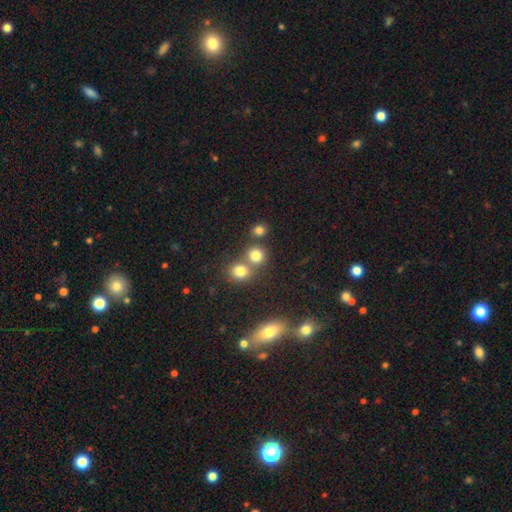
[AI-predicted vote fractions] Q: Smooth or featured?
A: smooth (77%); runner-up: star or artifact (15%)
Q: How rounded?
A: round (85%); runner-up: in between (14%)
Q: Merging?
A: none (57%); runner-up: merger (32%)